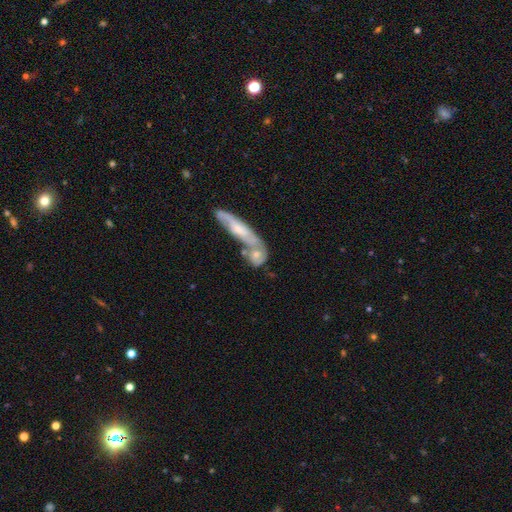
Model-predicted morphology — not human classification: smooth 54%, featured or disk 40%, star or artifact 7%. Down the decision tree: how rounded — in between (40%); merging — merger (55%).